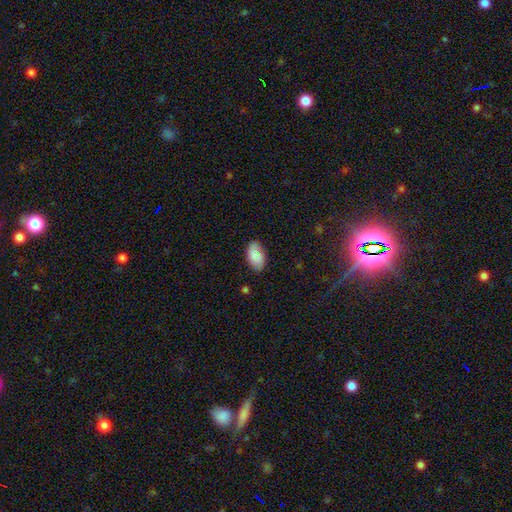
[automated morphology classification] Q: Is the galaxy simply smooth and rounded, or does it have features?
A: smooth — 72%.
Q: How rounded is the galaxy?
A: in between — 94%.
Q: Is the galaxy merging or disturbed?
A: none — 79%.